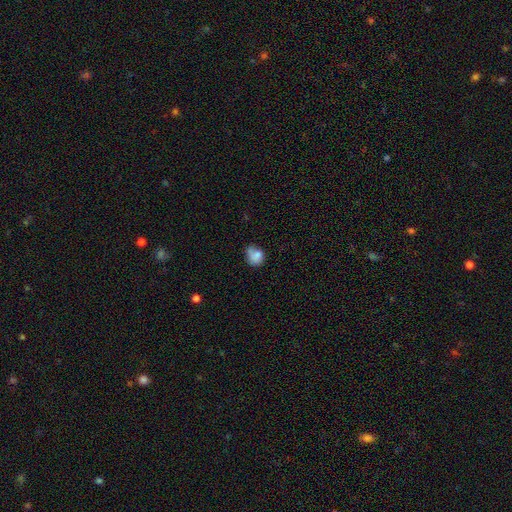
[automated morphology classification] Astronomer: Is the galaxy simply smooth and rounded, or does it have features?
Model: smooth — 74%.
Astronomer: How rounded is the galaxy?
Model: round — 50% (runner-up: in between, 49%).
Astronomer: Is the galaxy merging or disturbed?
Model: none — 42% (runner-up: minor disturbance, 31%).